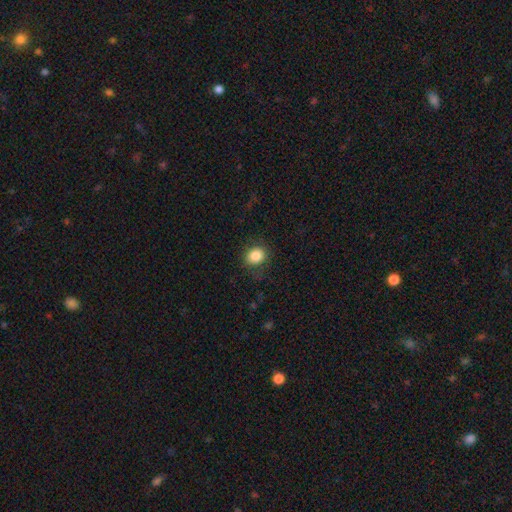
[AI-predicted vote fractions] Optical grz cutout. It shows a smooth galaxy with no disk features (85%) that is round (62%). Merging: none (82%).